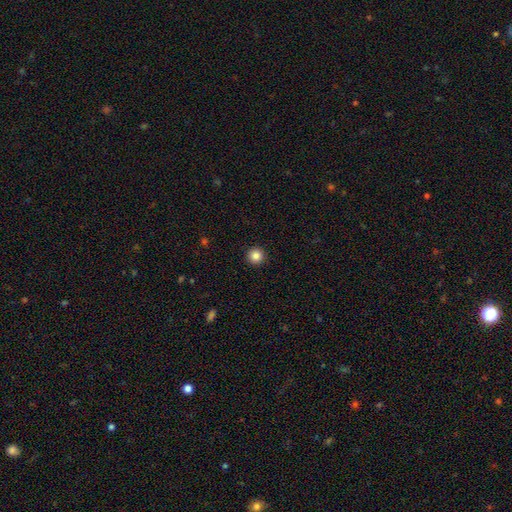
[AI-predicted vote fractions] Smooth or featured: smooth — 85% (star or artifact — 11%)
How rounded: round — 96% (in between — 3%)
Merging: none — 93% (minor disturbance — 4%)